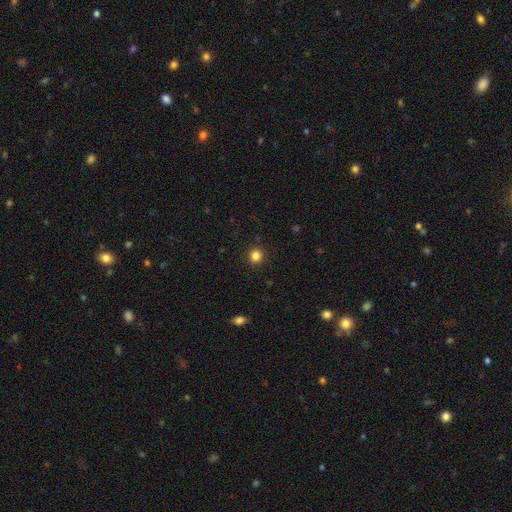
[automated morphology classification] A smooth galaxy with no disk features (84%) that is round (87%). Merging: none (91%).